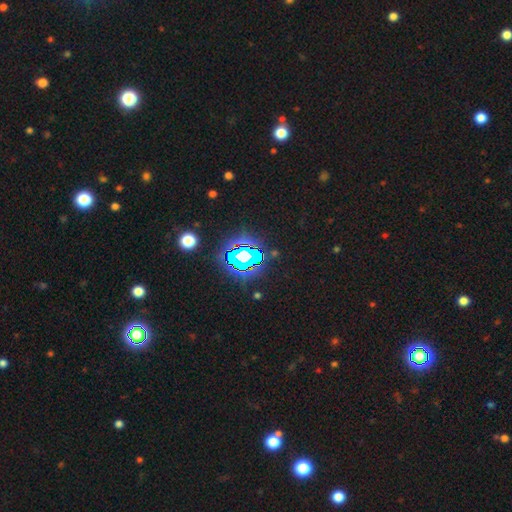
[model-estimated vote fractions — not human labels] A star or artifact, not a galaxy (82%).